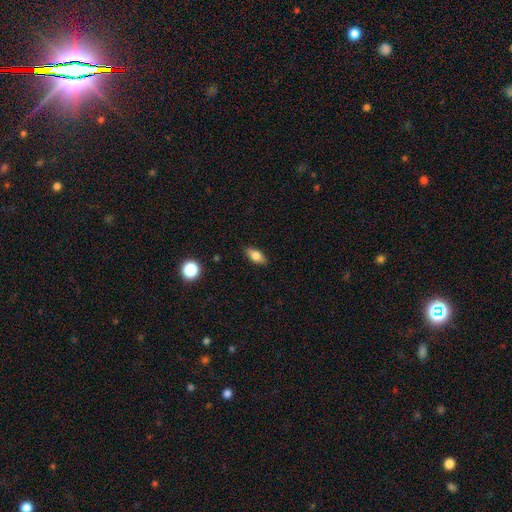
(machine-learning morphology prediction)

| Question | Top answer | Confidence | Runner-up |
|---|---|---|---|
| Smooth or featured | smooth | 78% | featured or disk (14%) |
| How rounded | in between | 84% | cigar-shaped (10%) |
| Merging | none | 87% | minor disturbance (10%) |